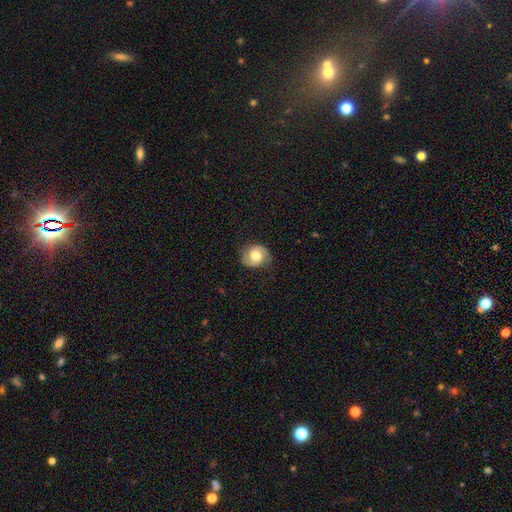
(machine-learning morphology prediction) featured or disk 70%, smooth 23%, star or artifact 7%. Down the decision tree: edge-on disk — no (98%); bar — no (64%); spiral arms — yes (92%); spiral arm count — 2 (90%); spiral winding — medium (46%); bulge size — moderate (64%); merging — none (79%).